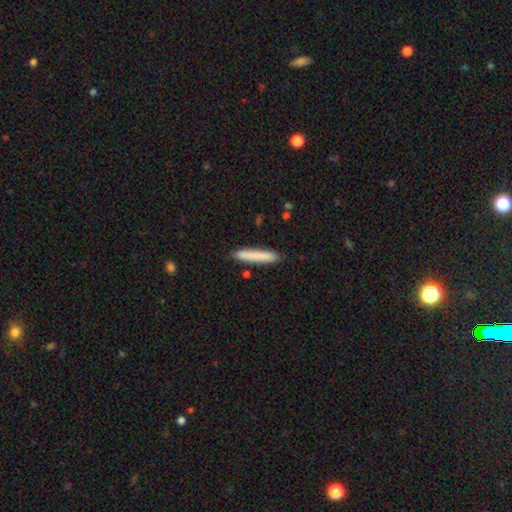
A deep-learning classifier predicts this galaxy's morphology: The model was most divided on "smooth or featured": smooth: 82%, featured or disk: 12%, star or artifact: 6%. More confident: how rounded — cigar-shaped (94%); merging — none (89%).